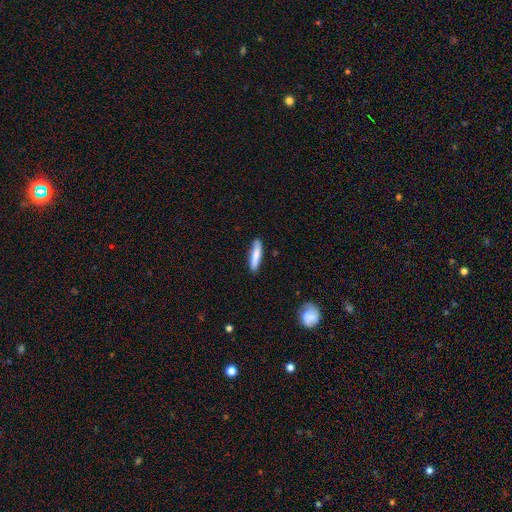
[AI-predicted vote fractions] Overall: smooth (79%). How rounded: cigar-shaped (84%). Merging: none (85%).